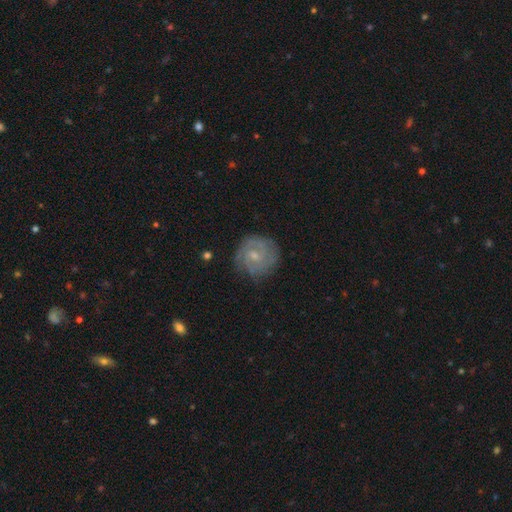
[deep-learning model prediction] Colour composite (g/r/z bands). It shows a featured or disk galaxy (77%) with no bar (53%), 2 (40%) tight (68%) spiral arms (93%) and a small central bulge (59%). Merging: none (78%).